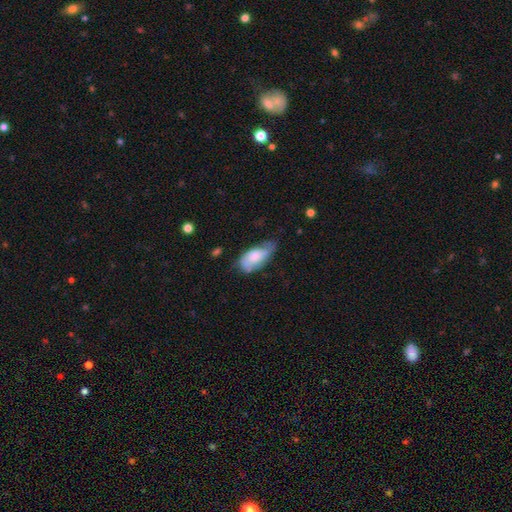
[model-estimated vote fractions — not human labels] The model was most divided on "merging" (2-way tie): minor disturbance: 40%, none: 40%, major disturbance: 16%, merger: 3%. More confident: how rounded — in between (90%); smooth or featured — smooth (66%).